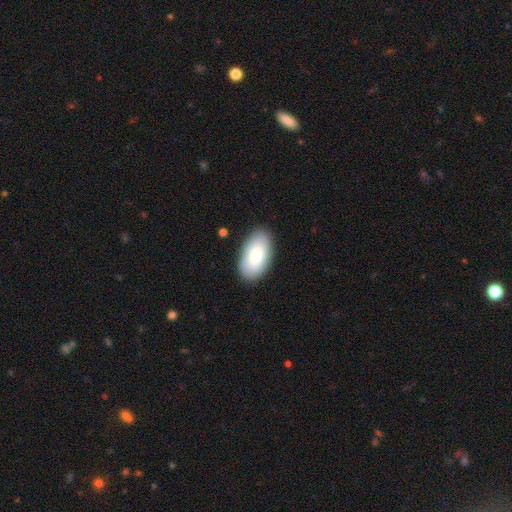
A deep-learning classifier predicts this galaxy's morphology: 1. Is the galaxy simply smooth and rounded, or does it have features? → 81% smooth, 13% featured or disk, 6% star or artifact.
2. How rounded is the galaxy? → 95% in between, 3% round, 2% cigar-shaped.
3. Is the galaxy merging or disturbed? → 85% none, 11% minor disturbance, 3% major disturbance, 1% merger.